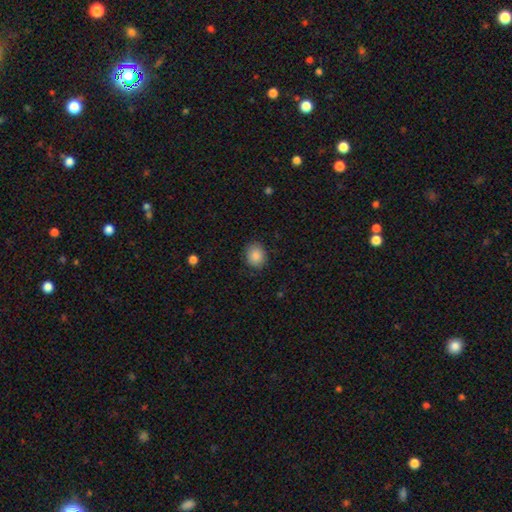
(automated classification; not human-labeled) Smooth or featured: smooth — 87% (star or artifact — 8%)
How rounded: round — 59% (in between — 40%)
Merging: none — 86% (minor disturbance — 10%)